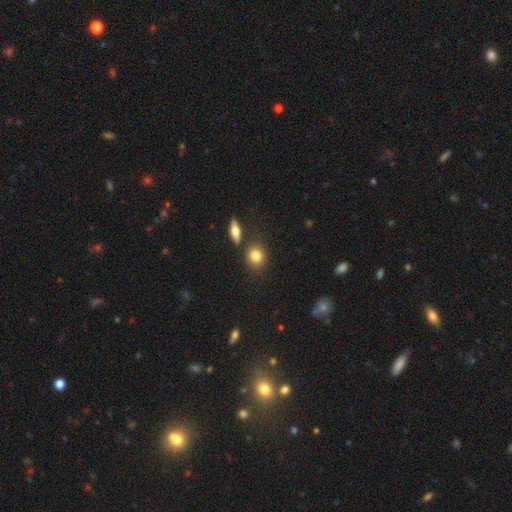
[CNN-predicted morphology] Smooth or featured? Predicted: smooth (p=0.82). How rounded? Predicted: round (p=0.68). Merging? Predicted: none (p=0.77).